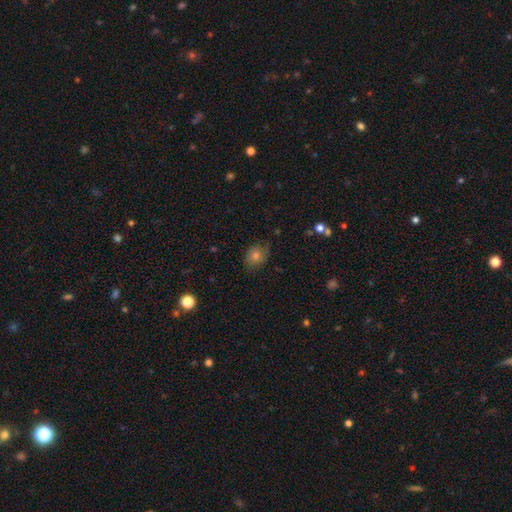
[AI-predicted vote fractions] A smooth galaxy with no disk features (63%) that is round (56%).

Vote fractions:
- Smooth or featured? smooth: 63% / featured or disk: 22% / star or artifact: 15%
- How rounded? round: 56% / in between: 43% / cigar-shaped: 1%
- Merging? none: 75% / minor disturbance: 19% / major disturbance: 5% / merger: 1%